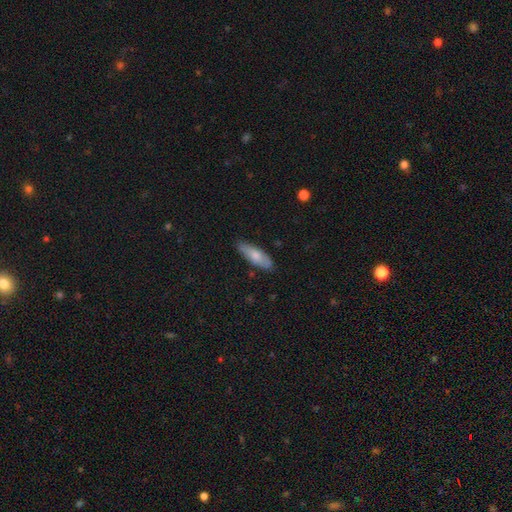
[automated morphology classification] smooth 72%, featured or disk 23%, star or artifact 6%. Down the decision tree: how rounded — in between (56%); merging — none (83%).